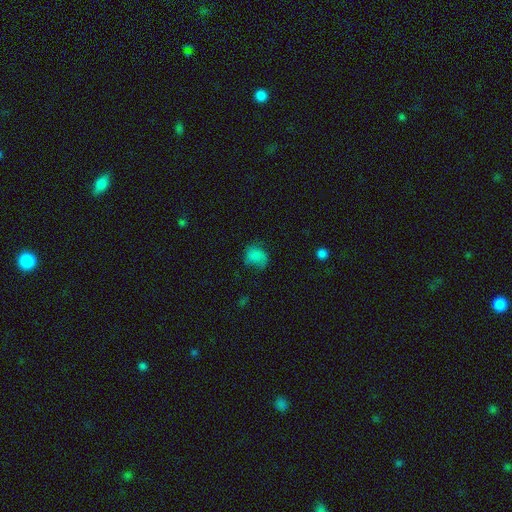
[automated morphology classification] Smooth or featured?
  - smooth: 74% *
  - star or artifact: 13%
  - featured or disk: 13%
How rounded?
  - in between: 52% *
  - round: 46%
  - cigar-shaped: 1%
Merging?
  - none: 48% *
  - minor disturbance: 31%
  - major disturbance: 18%
  - merger: 3%